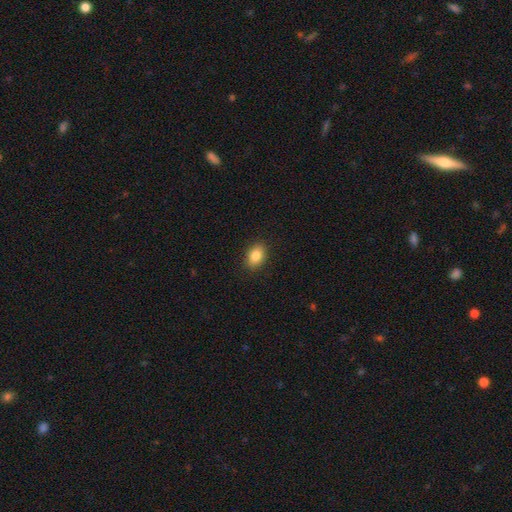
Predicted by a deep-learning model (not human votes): Smooth or featured? Predicted: smooth (p=0.86). How rounded? Predicted: in between (p=0.77). Merging? Predicted: none (p=0.89).